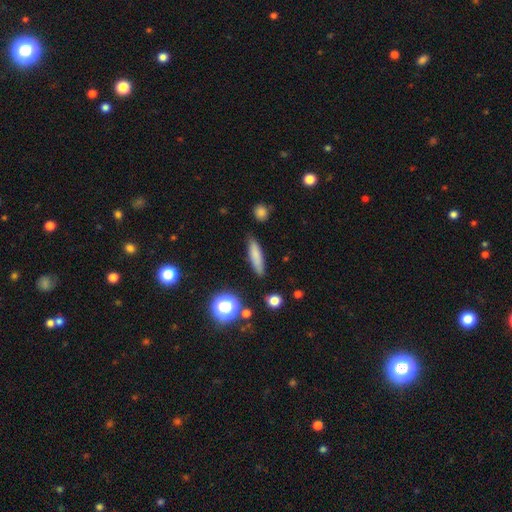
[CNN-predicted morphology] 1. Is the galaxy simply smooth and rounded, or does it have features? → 77% smooth, 13% featured or disk, 9% star or artifact.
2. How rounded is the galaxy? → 75% cigar-shaped, 22% in between, 3% round.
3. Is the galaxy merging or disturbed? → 83% none, 12% minor disturbance, 3% major disturbance, 2% merger.